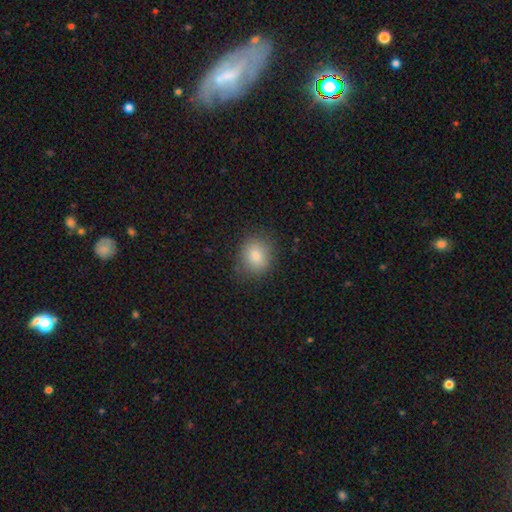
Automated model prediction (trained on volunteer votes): Smooth or featured?
  - smooth: 84% *
  - star or artifact: 9%
  - featured or disk: 7%
How rounded?
  - round: 68% *
  - in between: 31%
  - cigar-shaped: 1%
Merging?
  - none: 82% *
  - minor disturbance: 13%
  - major disturbance: 4%
  - merger: 1%